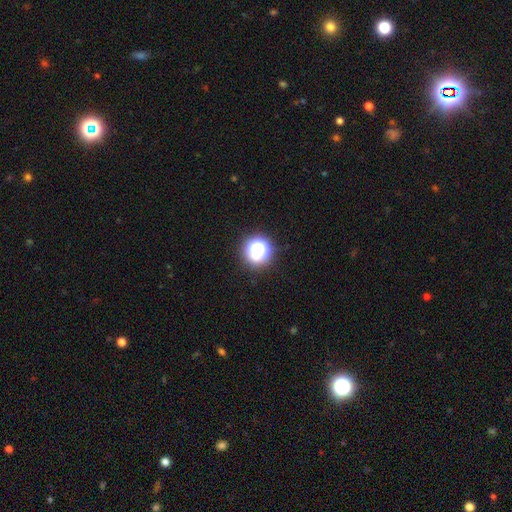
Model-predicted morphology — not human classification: Smooth or featured? Predicted: smooth (p=0.46). Merging? Predicted: none (p=0.79).